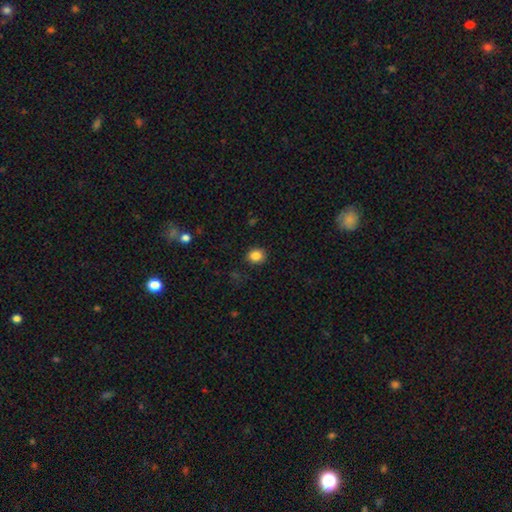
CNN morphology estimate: smooth_or_featured: smooth (p=0.85) [alt: star or artifact p=0.10]
how_rounded: round (p=0.68) [alt: in between p=0.31]
merging: none (p=0.88) [alt: minor disturbance p=0.08]